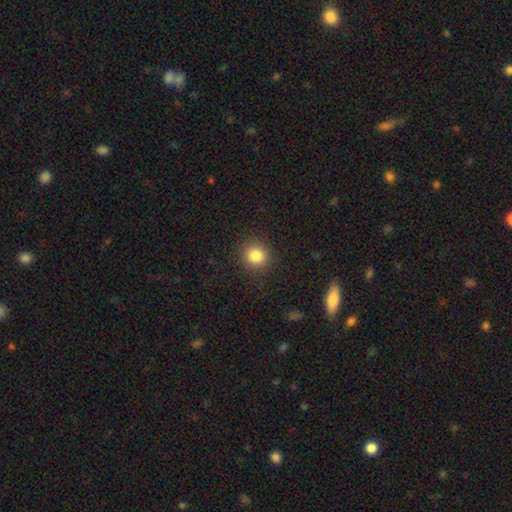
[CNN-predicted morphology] This appears to be a smooth galaxy with no disk features (83%) that is round (88%). Merging: none (90%).